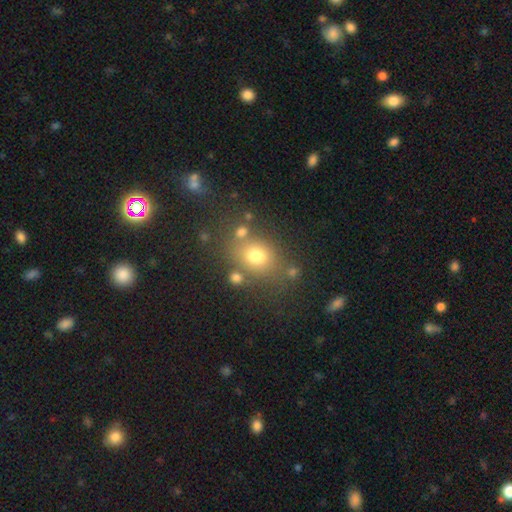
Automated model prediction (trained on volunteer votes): Morphology: type=smooth (72%); roundness=round (50%); merging=none (67%).